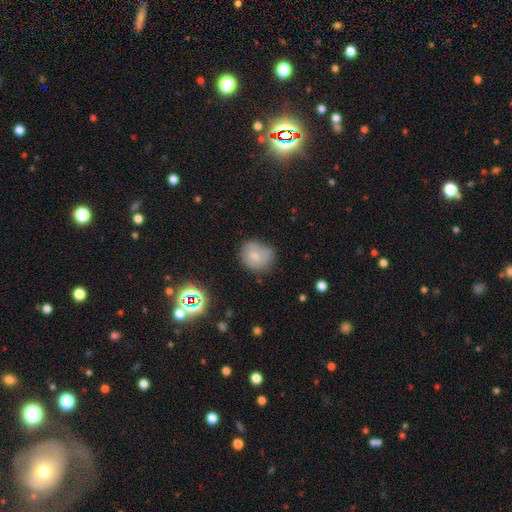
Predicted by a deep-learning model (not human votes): A smooth galaxy with no disk features (74%) that is round (61%).

Vote fractions:
- Smooth or featured? smooth: 74% / featured or disk: 15% / star or artifact: 10%
- How rounded? round: 61% / in between: 38% / cigar-shaped: 1%
- Merging? none: 58% / minor disturbance: 28% / major disturbance: 9% / merger: 5%